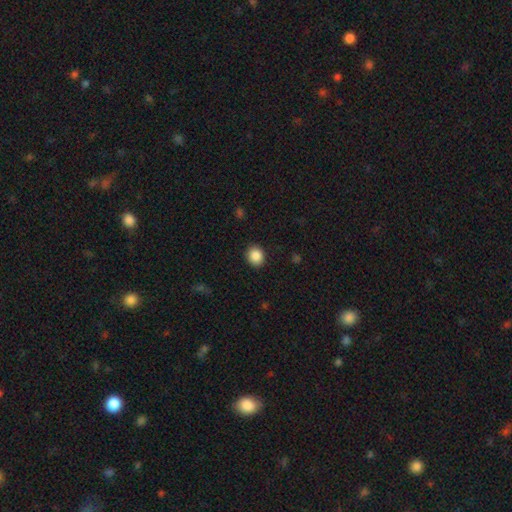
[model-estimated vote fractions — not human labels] Smooth or featured?
  - smooth: 87% *
  - star or artifact: 9%
  - featured or disk: 4%
How rounded?
  - round: 73% *
  - in between: 26%
  - cigar-shaped: 1%
Merging?
  - none: 89% *
  - minor disturbance: 8%
  - major disturbance: 2%
  - merger: 1%